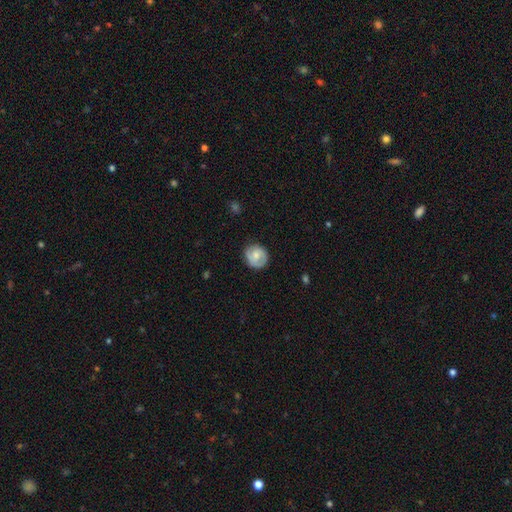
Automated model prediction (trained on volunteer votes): A smooth galaxy with no disk features (50%) that is round (81%).

Vote fractions:
- Smooth or featured? smooth: 50% / featured or disk: 43% / star or artifact: 6%
- How rounded? round: 81% / in between: 18% / cigar-shaped: 1%
- Merging? none: 74% / minor disturbance: 19% / major disturbance: 5% / merger: 1%